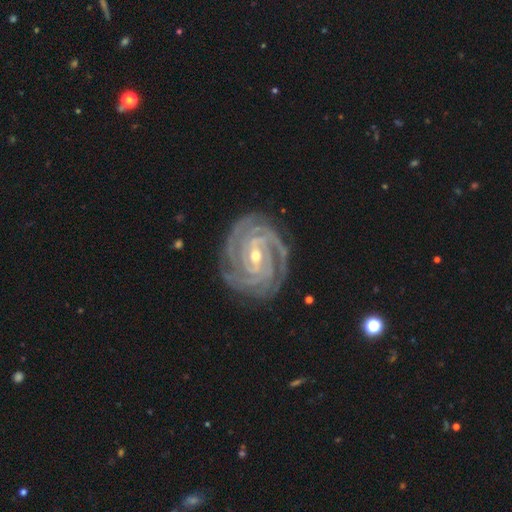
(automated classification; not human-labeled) Overall: featured or disk (94%). Edge-on disk: no (98%). Bar: weak (43%; strong 40%). Spiral arms: yes (99%). Spiral arm count: 4 (30%, tied with 3). Spiral winding: tight (83%). Bulge size: small (54%; moderate 43%). Merging: none (83%).